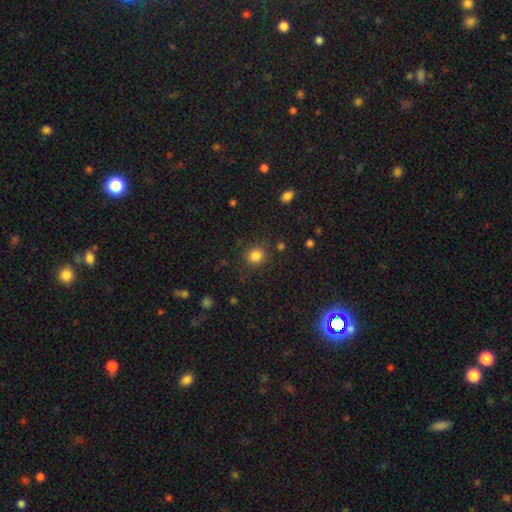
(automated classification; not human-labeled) This is clearly a smooth galaxy (84%). How rounded: clearly round (81%). Merging: clearly none (84%).